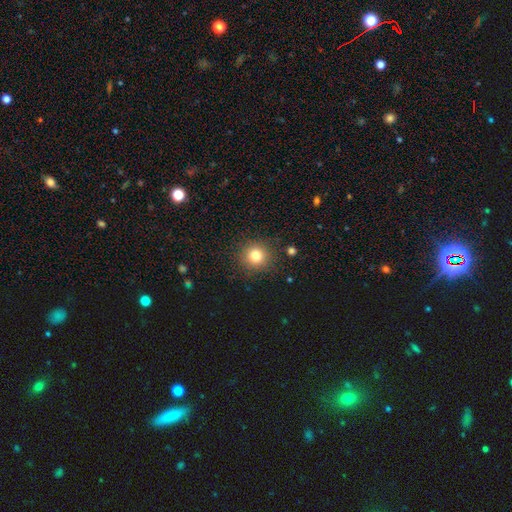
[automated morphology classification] Overall: smooth (80%). How rounded: round (93%). Merging: none (89%).